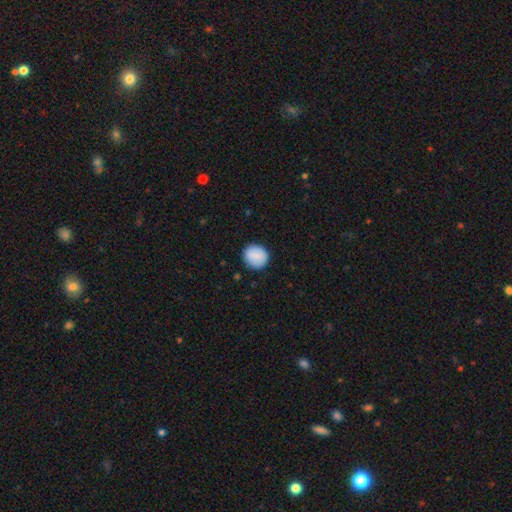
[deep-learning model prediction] smooth-or-featured: smooth: 85% | featured or disk: 9% | star or artifact: 7%
  how-rounded: round: 88% | in between: 11% | cigar-shaped: 1%
  merging: none: 88% | minor disturbance: 9% | major disturbance: 2% | merger: 1%